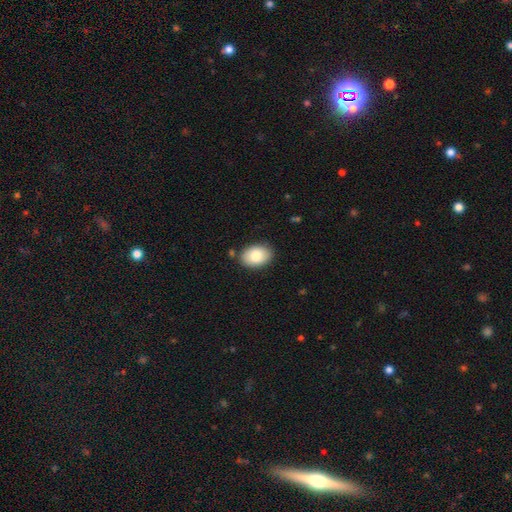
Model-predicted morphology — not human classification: A smooth galaxy with no disk features (81%) that is in between round and cigar-shaped (84%). Merging: none (86%).